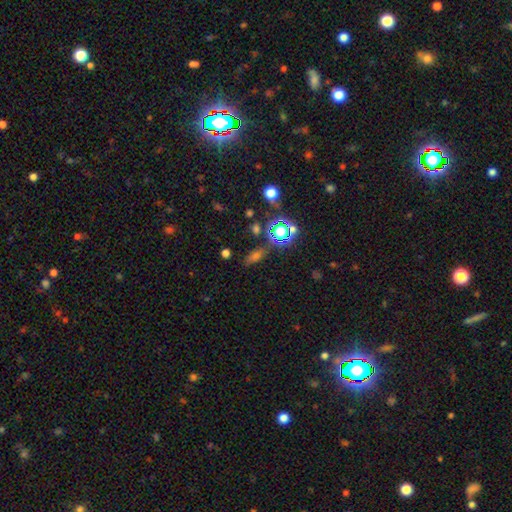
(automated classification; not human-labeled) A smooth galaxy with no disk features (42%, tied with star or artifact).

Vote fractions:
- Smooth or featured? smooth: 42% (tied) / star or artifact: 42% (tied) / featured or disk: 16%
- Merging? none: 80% / minor disturbance: 11% / merger: 5% / major disturbance: 4%